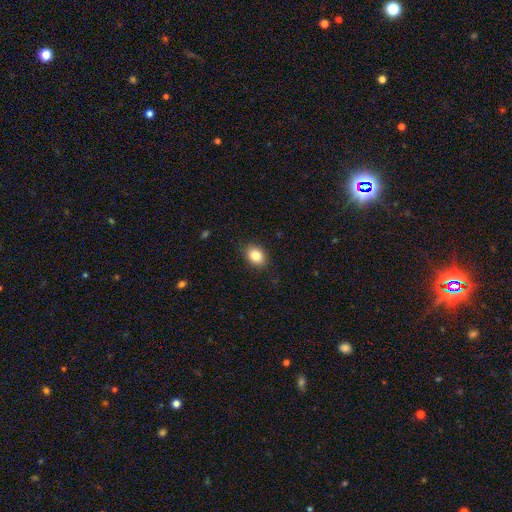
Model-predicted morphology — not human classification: This is clearly a smooth galaxy (84%). How rounded: likely in between (68%). Merging: clearly none (88%).